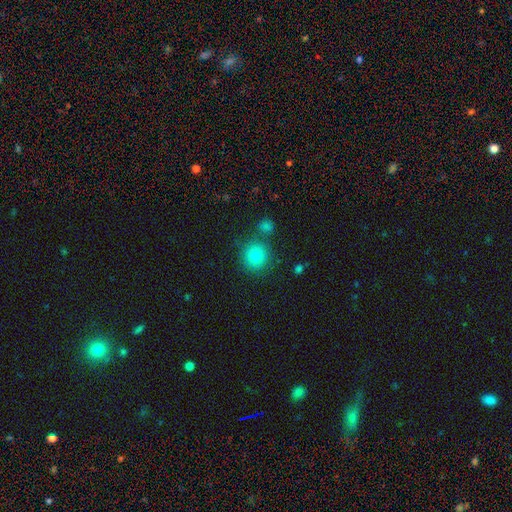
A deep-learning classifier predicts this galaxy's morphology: The model was most divided on "merging": none: 78%, merger: 10%, minor disturbance: 9%, major disturbance: 3%. More confident: how rounded — round (92%); smooth or featured — smooth (80%).